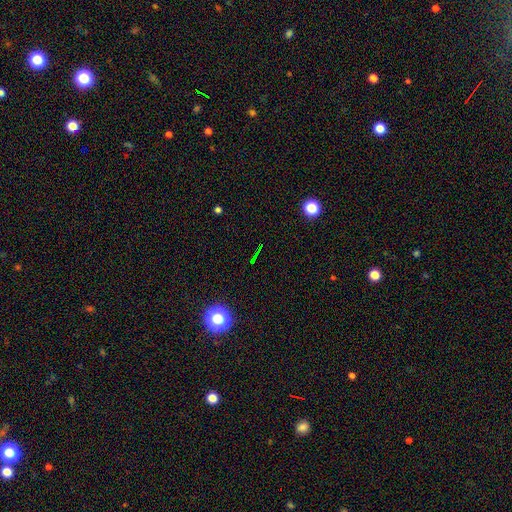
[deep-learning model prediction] This is likely a star or artifact rather than a galaxy (70%).